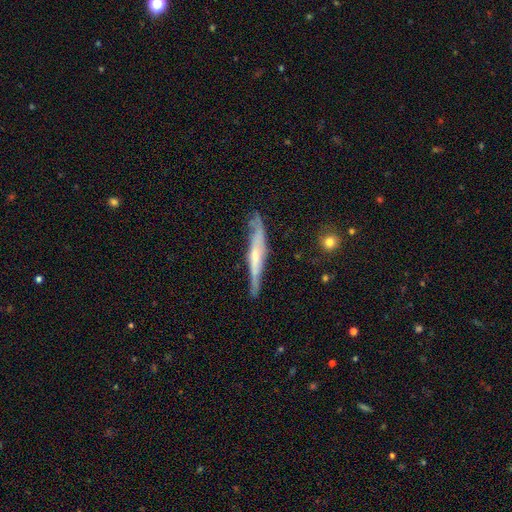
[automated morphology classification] A featured or disk galaxy (67%) viewed edge-on (84%) with a rounded central bulge (51%). Merging: none (69%).